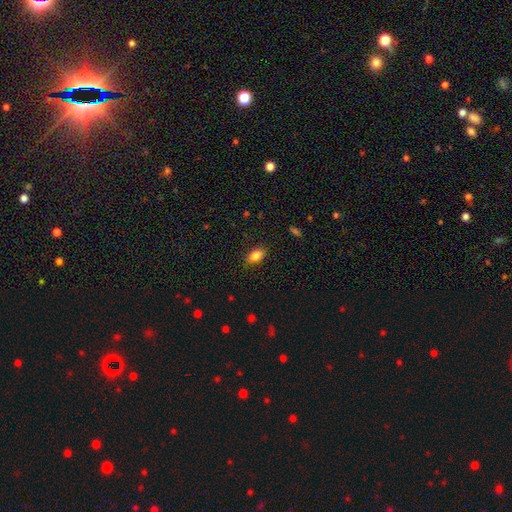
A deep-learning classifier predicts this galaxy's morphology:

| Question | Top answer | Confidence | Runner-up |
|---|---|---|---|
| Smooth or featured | smooth | 84% | star or artifact (9%) |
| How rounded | in between | 84% | round (13%) |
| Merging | none | 86% | minor disturbance (11%) |